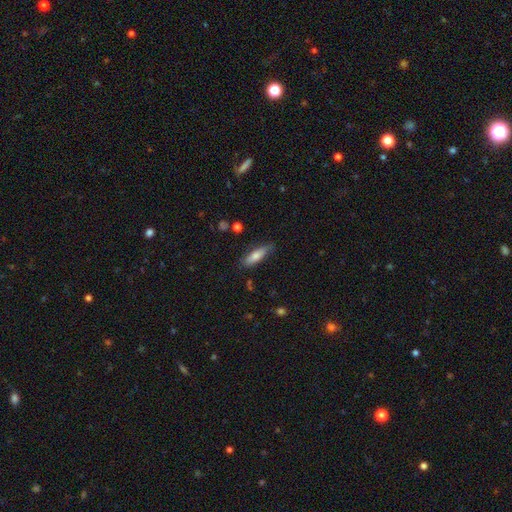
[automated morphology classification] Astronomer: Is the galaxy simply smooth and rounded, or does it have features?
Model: smooth — 73%.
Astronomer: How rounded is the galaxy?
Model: cigar-shaped — 53% (runner-up: in between, 45%).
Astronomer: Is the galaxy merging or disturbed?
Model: none — 75%.